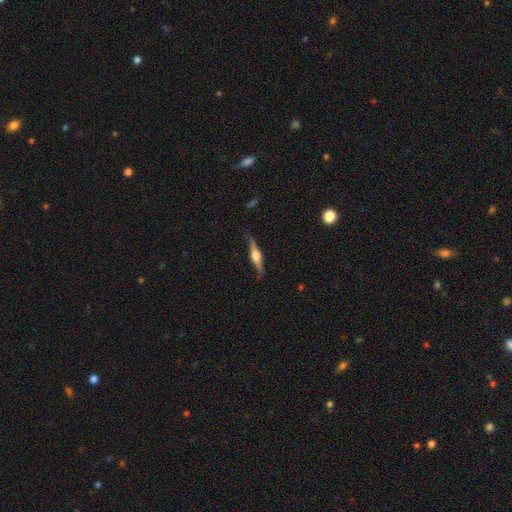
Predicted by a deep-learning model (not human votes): A featured or disk galaxy (74%) viewed edge-on (97%) with a rounded central bulge (89%).

Vote fractions:
- Smooth or featured? featured or disk: 74% / smooth: 21% / star or artifact: 6%
- Edge-on disk? yes: 97% / no: 3%
- Edge-on bulge? rounded: 89% / boxy: 9% / none: 2%
- Merging? none: 84% / minor disturbance: 12% / major disturbance: 3% / merger: 1%